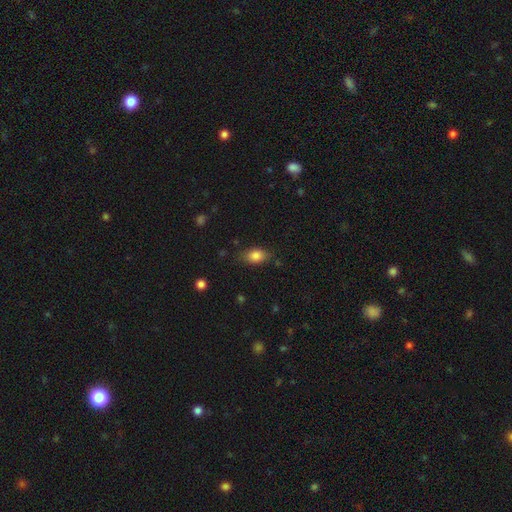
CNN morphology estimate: Smooth or featured: smooth — 83% (star or artifact — 9%)
How rounded: in between — 83% (round — 14%)
Merging: none — 77% (minor disturbance — 17%)